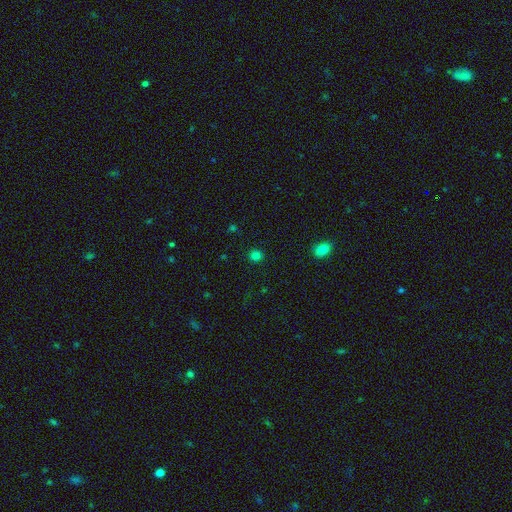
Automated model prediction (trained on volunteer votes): smooth_or_featured: smooth (p=0.80) [alt: star or artifact p=0.16]
how_rounded: round (p=0.88) [alt: in between p=0.11]
merging: none (p=0.91) [alt: minor disturbance p=0.06]